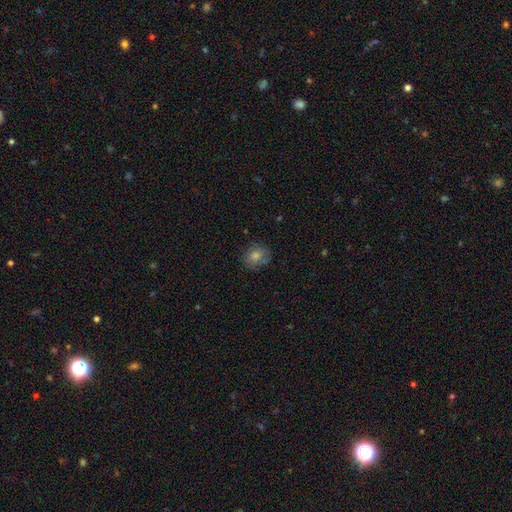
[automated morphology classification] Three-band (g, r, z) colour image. It shows a smooth galaxy with no disk features (68%) that is round (73%). Merging: none (81%).